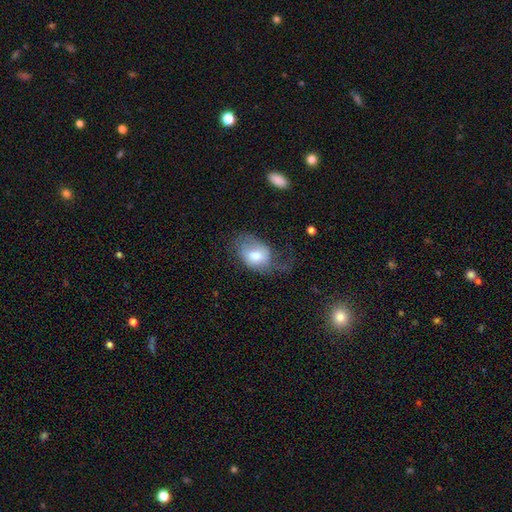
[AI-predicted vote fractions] Smooth or featured? Predicted: smooth (p=0.63). How rounded? Predicted: in between (p=0.76). Merging? Predicted: major disturbance (p=0.40).